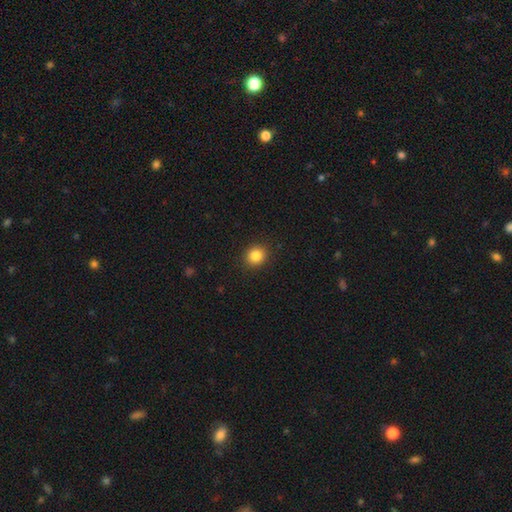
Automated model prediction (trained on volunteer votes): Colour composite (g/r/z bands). It shows a smooth galaxy with no disk features (85%) that is round (84%). Merging: none (91%).